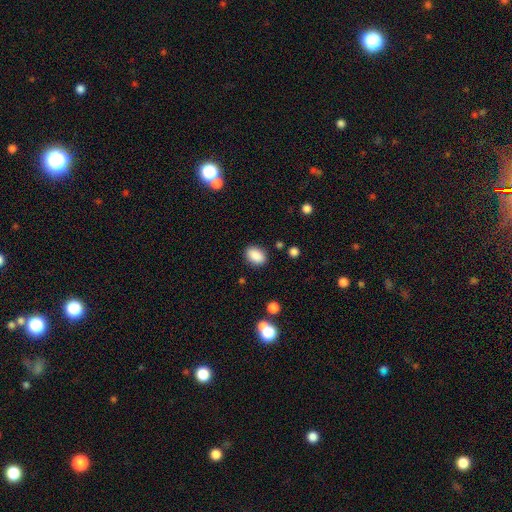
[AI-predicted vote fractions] Smooth or featured: smooth — 88% (star or artifact — 8%)
How rounded: in between — 82% (round — 17%)
Merging: none — 85% (minor disturbance — 10%)